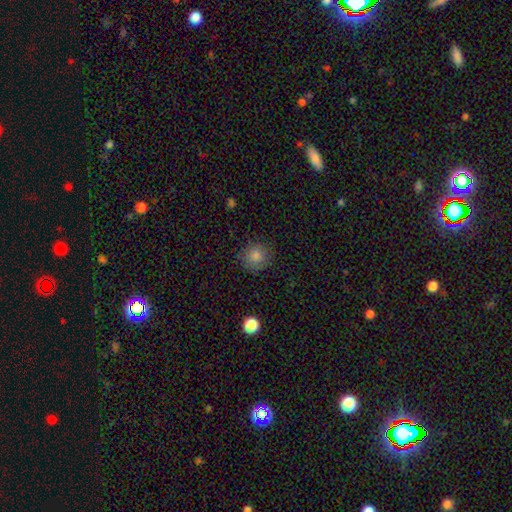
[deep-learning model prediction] Morphology: type=smooth (81%); roundness=round (91%); merging=none (87%).